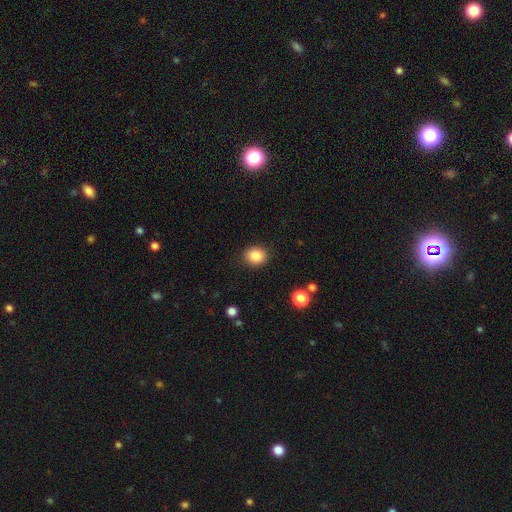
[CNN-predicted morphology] Overall: smooth (86%). How rounded: round (68%; in between 32%). Merging: none (89%).